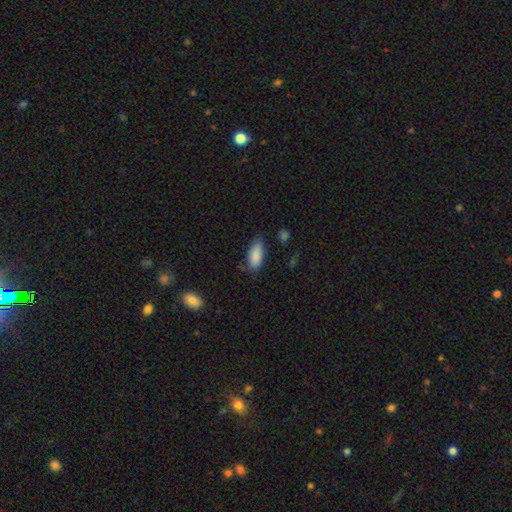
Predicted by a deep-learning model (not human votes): Q: Smooth or featured?
A: smooth (87%); runner-up: star or artifact (7%)
Q: How rounded?
A: in between (85%); runner-up: cigar-shaped (13%)
Q: Merging?
A: none (72%); runner-up: minor disturbance (22%)